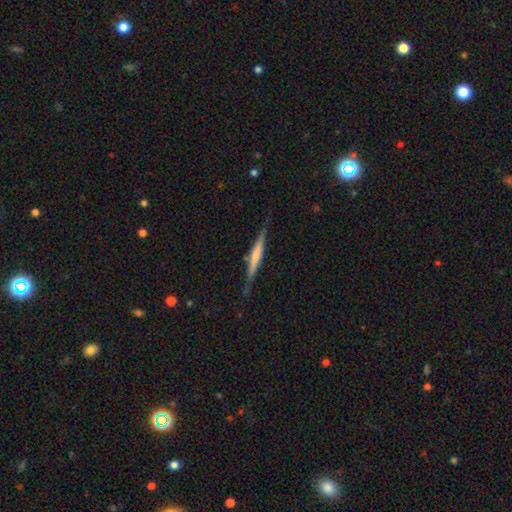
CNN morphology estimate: A featured or disk galaxy (56%) viewed edge-on (97%) with no central bulge (42%).

Vote fractions:
- Smooth or featured? featured or disk: 56% / smooth: 38% / star or artifact: 6%
- Edge-on disk? yes: 97% / no: 3%
- Edge-on bulge? none: 42% / rounded: 39% / boxy: 20%
- Merging? none: 81% / minor disturbance: 14% / major disturbance: 3% / merger: 2%